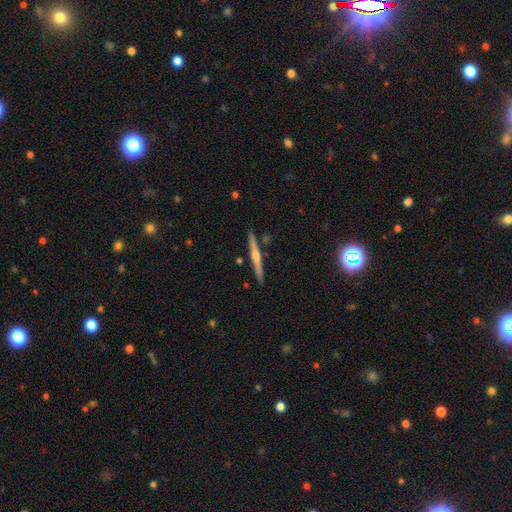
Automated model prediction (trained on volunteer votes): Overall: featured or disk (73%). Edge-on disk: yes (98%). Edge-on bulge: rounded (82%). Merging: none (91%).